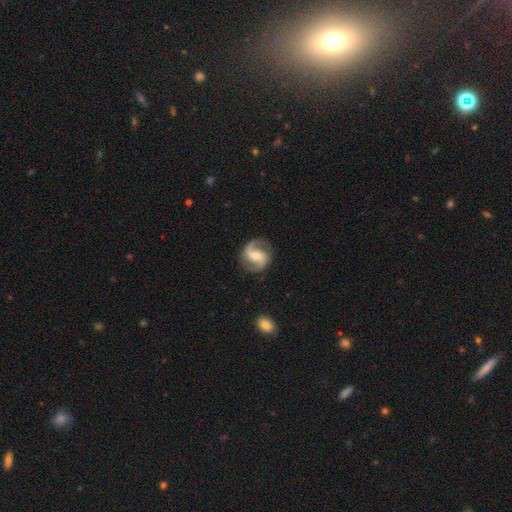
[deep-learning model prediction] Smooth or featured? Predicted: featured or disk (p=0.88). Edge-on disk? Predicted: no (p=0.98). Bar? Predicted: weak (p=0.45). Spiral arms? Predicted: yes (p=0.97). Spiral winding? Predicted: medium (p=0.52). Spiral arm count? Predicted: 2 (p=0.92). Bulge size? Predicted: moderate (p=0.61). Merging? Predicted: none (p=0.84).